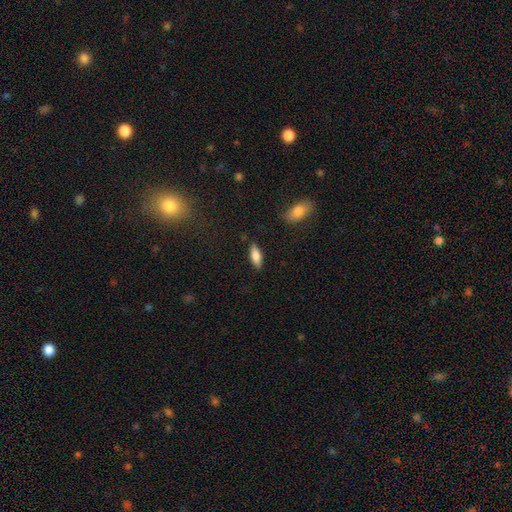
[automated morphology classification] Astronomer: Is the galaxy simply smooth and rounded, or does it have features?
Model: smooth — 79%.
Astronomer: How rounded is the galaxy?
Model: in between — 72%.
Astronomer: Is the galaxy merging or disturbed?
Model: none — 85%.